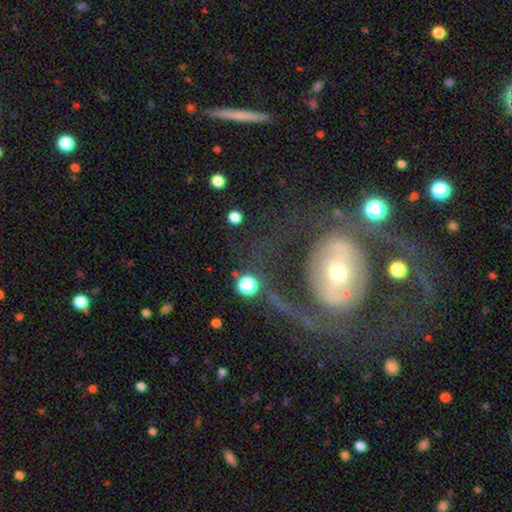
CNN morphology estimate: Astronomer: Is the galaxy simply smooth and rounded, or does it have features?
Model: featured or disk — 64%.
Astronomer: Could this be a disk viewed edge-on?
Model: no — 91%.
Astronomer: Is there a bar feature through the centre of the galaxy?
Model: no — 48% (runner-up: strong, 26%).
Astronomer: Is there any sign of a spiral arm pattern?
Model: no — 57% (runner-up: yes, 43%).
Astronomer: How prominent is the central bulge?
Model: moderate — 51% (runner-up: small, 40%).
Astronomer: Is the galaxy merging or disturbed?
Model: none — 50% (runner-up: major disturbance, 31%).